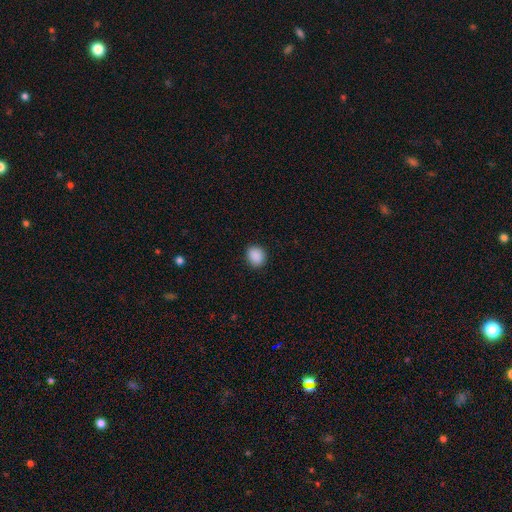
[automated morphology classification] The model was most divided on "how rounded": round: 65%, in between: 34%, cigar-shaped: 1%. More confident: smooth or featured — smooth (89%); merging — none (89%).